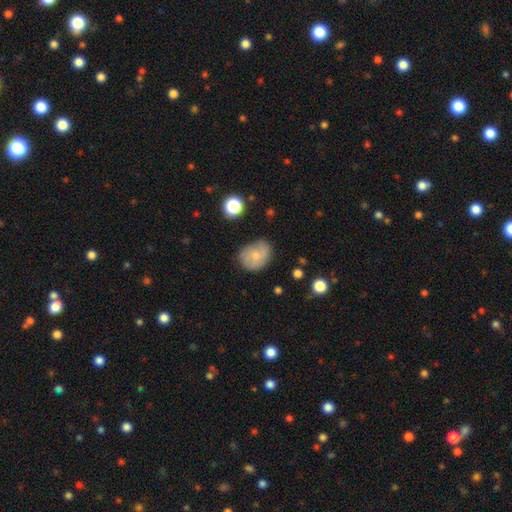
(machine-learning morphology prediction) Smooth or featured? Predicted: smooth (p=0.66). How rounded? Predicted: round (p=0.57). Merging? Predicted: none (p=0.63).